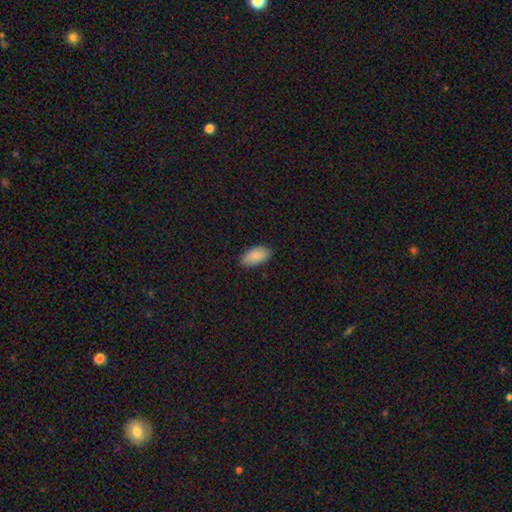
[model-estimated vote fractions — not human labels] Smooth or featured: smooth — 89% (star or artifact — 6%)
How rounded: in between — 95% (cigar-shaped — 3%)
Merging: none — 85% (minor disturbance — 11%)